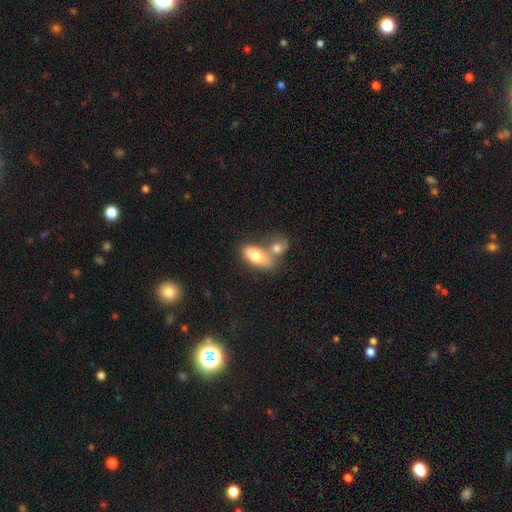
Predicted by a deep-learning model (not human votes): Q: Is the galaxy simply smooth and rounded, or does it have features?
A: smooth — 75%.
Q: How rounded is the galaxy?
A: in between — 87%.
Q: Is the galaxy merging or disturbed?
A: merger — 54%.